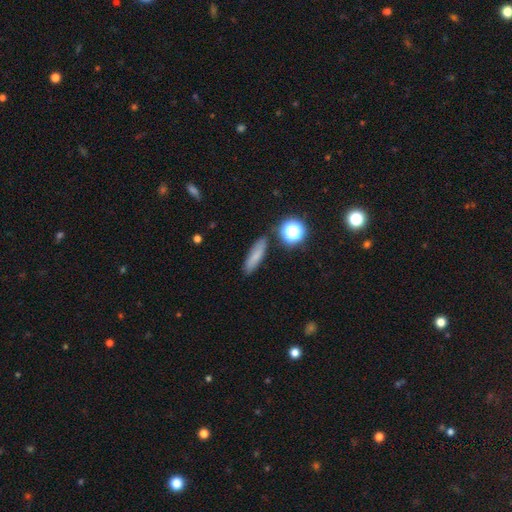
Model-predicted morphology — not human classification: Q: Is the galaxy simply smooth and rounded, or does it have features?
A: smooth — 72%.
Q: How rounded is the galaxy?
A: cigar-shaped — 59%.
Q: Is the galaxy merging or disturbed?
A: none — 82%.